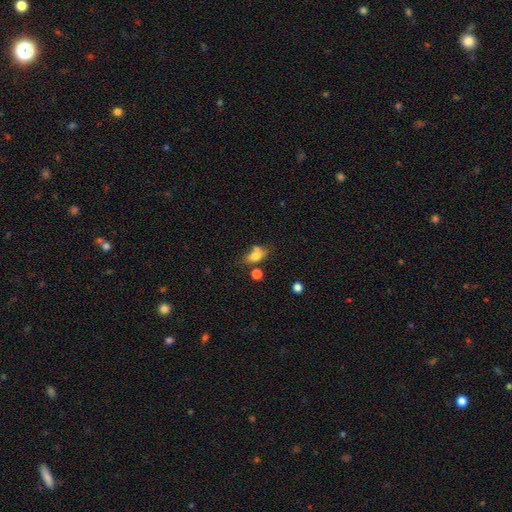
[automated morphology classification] The model was most divided on "merging": none: 49%, merger: 22%, minor disturbance: 20%, major disturbance: 9%. More confident: how rounded — in between (76%); smooth or featured — smooth (68%).